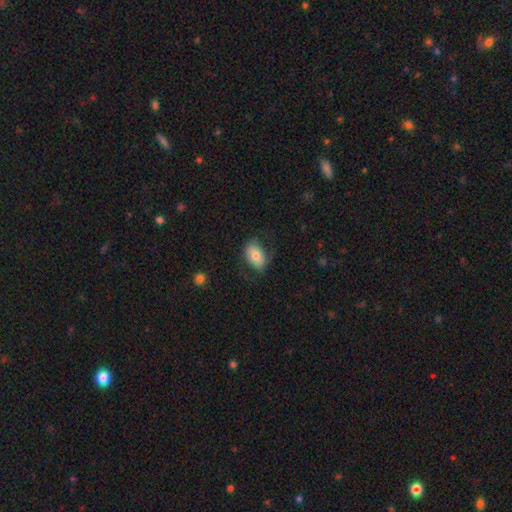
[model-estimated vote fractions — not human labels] Morphology: type=smooth (71%); roundness=in between (84%); merging=none (70%).